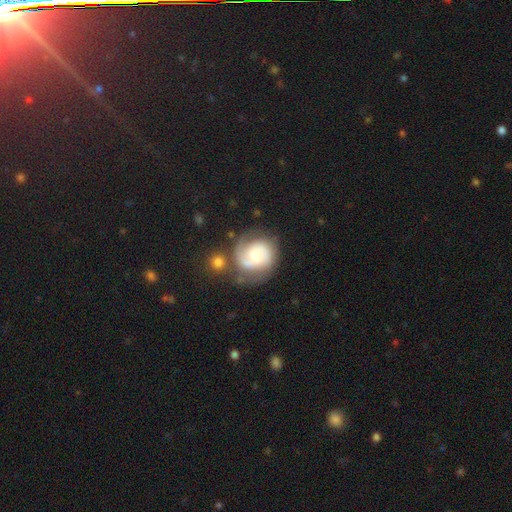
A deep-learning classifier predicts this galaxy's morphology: A featured or disk galaxy (69%) with no bar (59%), 2 (72%) medium (43%) spiral arms (91%) and a moderate central bulge (49%). Merging: none (58%).